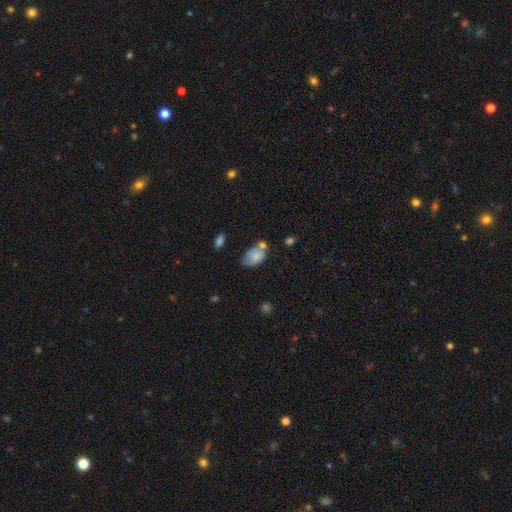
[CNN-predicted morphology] smooth 76%, featured or disk 16%, star or artifact 8%. Down the decision tree: how rounded — in between (88%); merging — none (38%).